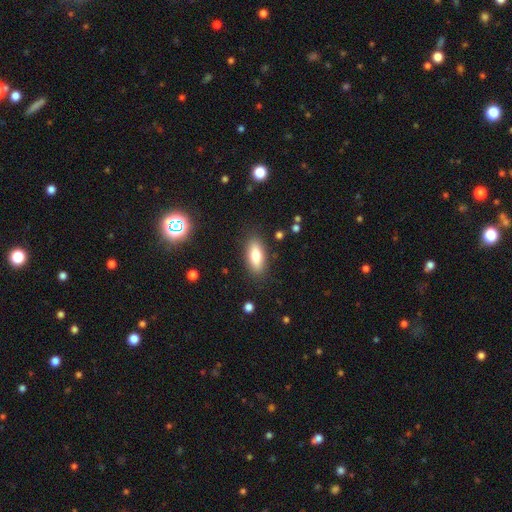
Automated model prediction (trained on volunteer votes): A smooth galaxy with no disk features (76%) that is in between round and cigar-shaped (76%). Merging: none (85%).